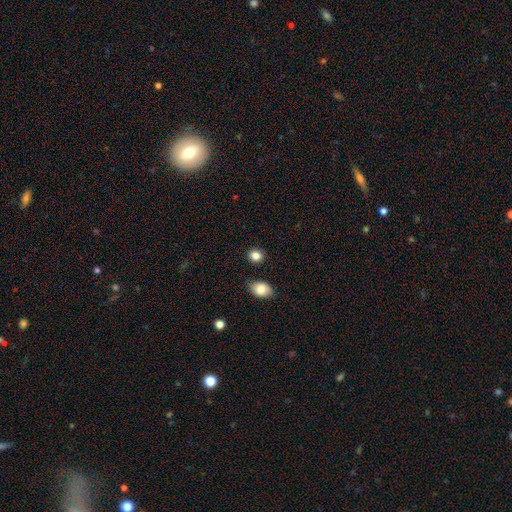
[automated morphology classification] smooth 85%, star or artifact 10%, featured or disk 5%. Down the decision tree: how rounded — round (72%); merging — none (85%).